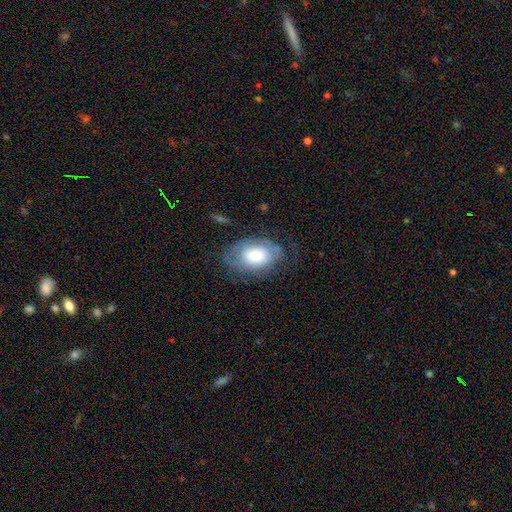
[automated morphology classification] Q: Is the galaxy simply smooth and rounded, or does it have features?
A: smooth — 64%.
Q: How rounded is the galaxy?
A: in between — 89%.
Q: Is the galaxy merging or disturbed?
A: none — 60%.